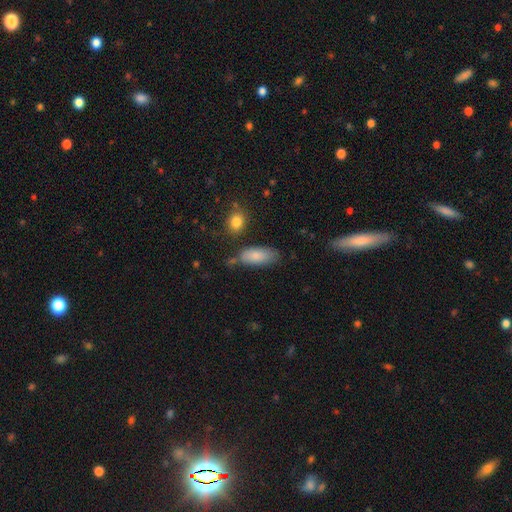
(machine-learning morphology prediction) A smooth galaxy with no disk features (83%) that is in between round and cigar-shaped (83%). Merging: none (64%).